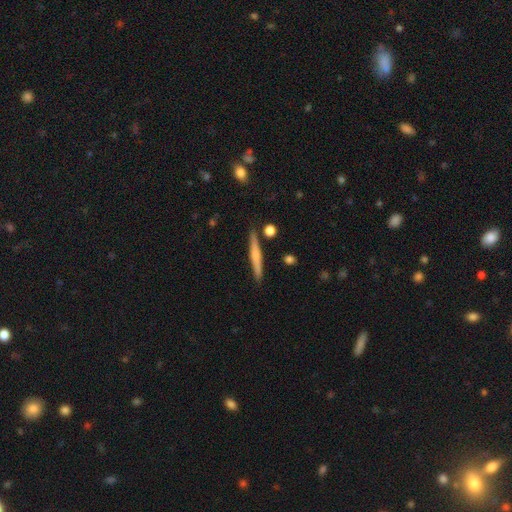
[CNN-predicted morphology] Smooth or featured?
  - featured or disk: 52% *
  - smooth: 41%
  - star or artifact: 6%
Edge-on disk?
  - yes: 97% *
  - no: 3%
Edge-on bulge?
  - rounded: 59% *
  - none: 30%
  - boxy: 11%
Merging?
  - none: 87% *
  - minor disturbance: 8%
  - merger: 3%
  - major disturbance: 2%